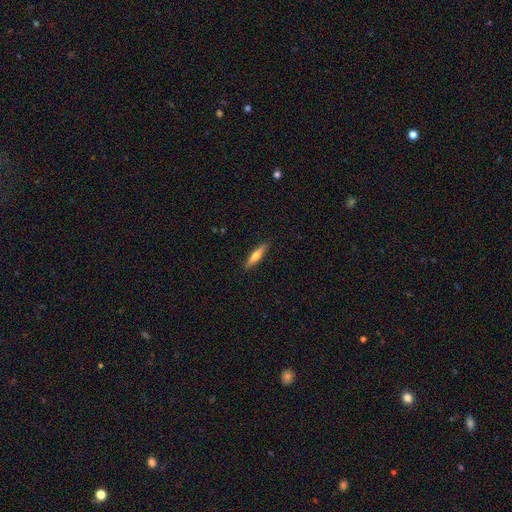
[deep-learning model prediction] Q: Smooth or featured?
A: smooth (57%); runner-up: featured or disk (37%)
Q: How rounded?
A: cigar-shaped (80%); runner-up: in between (19%)
Q: Merging?
A: none (90%); runner-up: minor disturbance (8%)